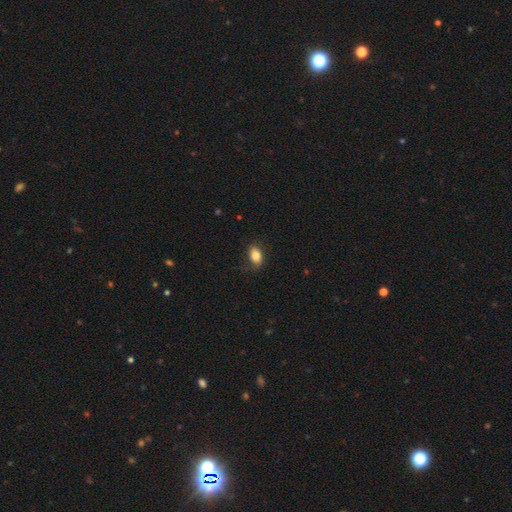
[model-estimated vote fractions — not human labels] smooth_or_featured: smooth (p=0.83) [alt: featured or disk p=0.09]
how_rounded: in between (p=0.85) [alt: round p=0.13]
merging: none (p=0.80) [alt: minor disturbance p=0.16]